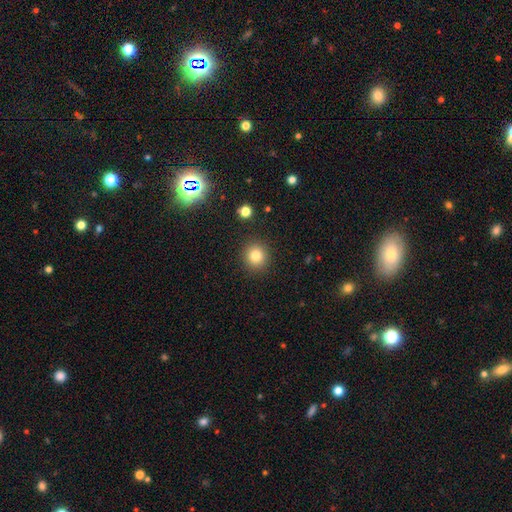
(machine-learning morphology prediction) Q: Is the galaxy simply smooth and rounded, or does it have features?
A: smooth — 81%.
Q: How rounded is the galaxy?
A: round — 91%.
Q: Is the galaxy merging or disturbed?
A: none — 91%.